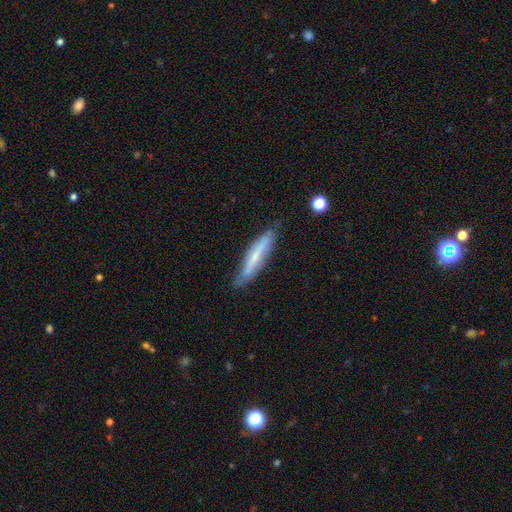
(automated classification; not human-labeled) Smooth or featured? smooth (49%)
Merging? none (74%)